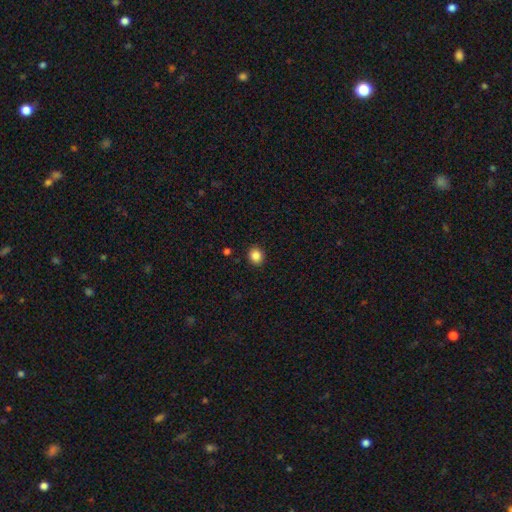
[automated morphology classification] This is clearly a smooth galaxy (87%). How rounded: clearly round (81%). Merging: clearly none (91%).